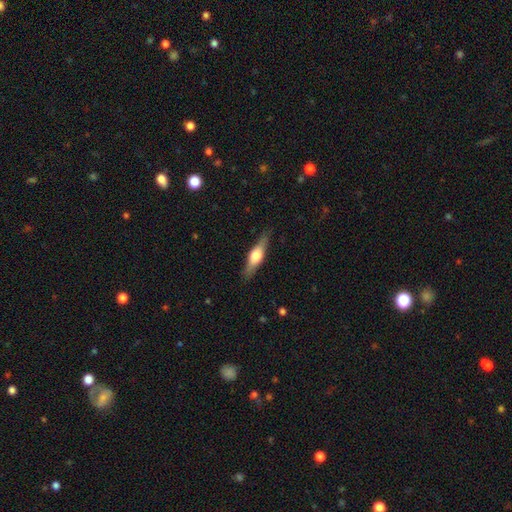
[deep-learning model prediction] This appears to be a featured or disk galaxy (52%) viewed edge-on (93%). Merging: none (85%).